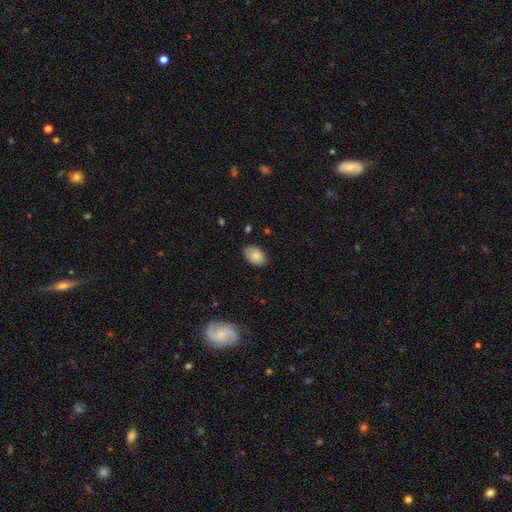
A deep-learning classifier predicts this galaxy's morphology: This appears to be a smooth galaxy with no disk features (85%) that is in between round and cigar-shaped (88%). Merging: none (82%).